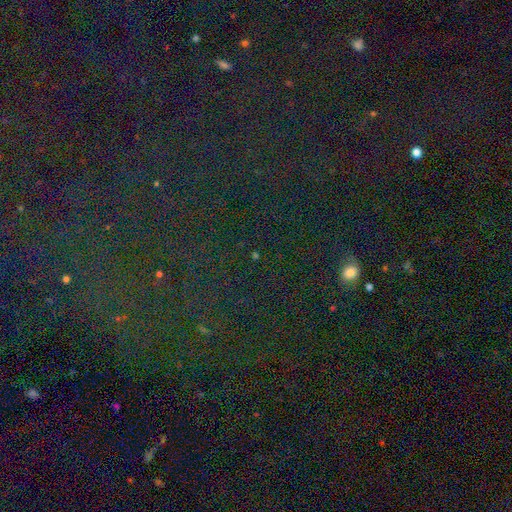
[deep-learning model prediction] smooth_or_featured: star or artifact (p=0.69) [alt: smooth p=0.22]